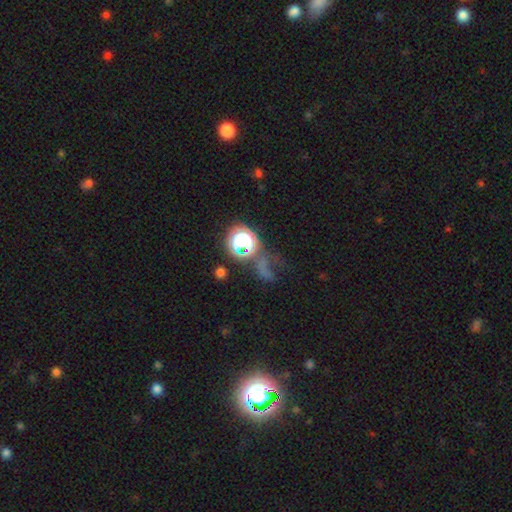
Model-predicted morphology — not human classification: Overall: star or artifact (61%; smooth 29%).